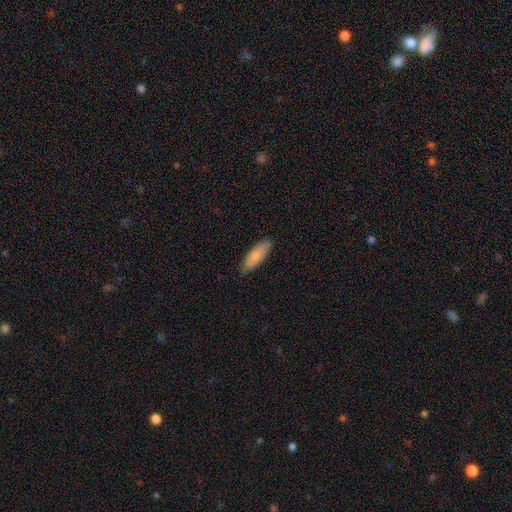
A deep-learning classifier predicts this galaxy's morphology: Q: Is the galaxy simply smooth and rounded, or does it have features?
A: smooth — 79%.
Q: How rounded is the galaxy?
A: in between — 62%.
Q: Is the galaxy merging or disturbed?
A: none — 82%.